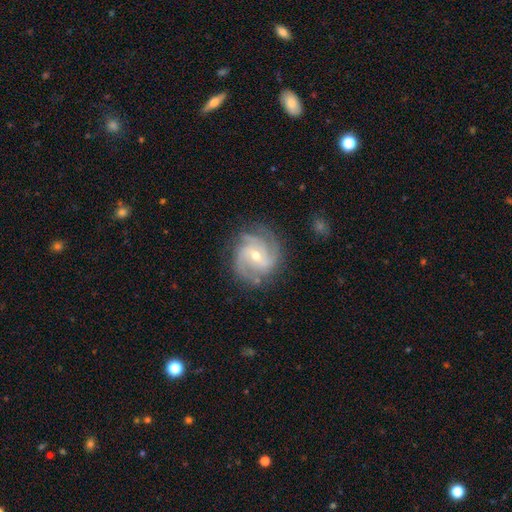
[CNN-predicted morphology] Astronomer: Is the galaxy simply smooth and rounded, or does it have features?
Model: featured or disk — 89%.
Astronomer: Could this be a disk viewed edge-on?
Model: no — 98%.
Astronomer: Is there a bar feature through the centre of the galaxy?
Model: weak — 47% (runner-up: no, 38%).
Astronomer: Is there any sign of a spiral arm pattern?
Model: yes — 98%.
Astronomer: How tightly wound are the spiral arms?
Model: tight — 52% (runner-up: medium, 40%).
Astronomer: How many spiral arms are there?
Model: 3 — 44% (runner-up: 4, 20%).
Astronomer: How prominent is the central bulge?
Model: moderate — 49% (runner-up: small, 48%).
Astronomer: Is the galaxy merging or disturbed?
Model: none — 79%.